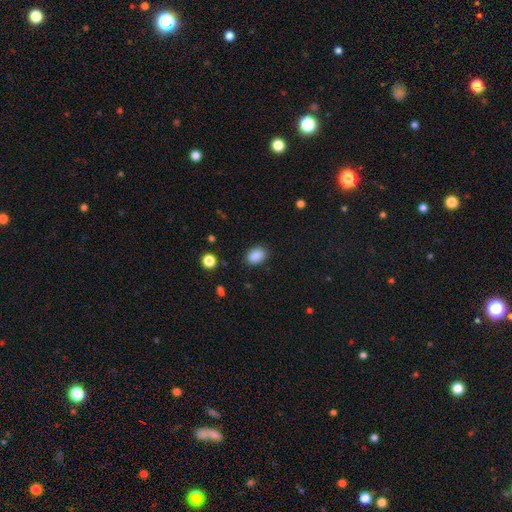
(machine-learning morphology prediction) smooth_or_featured: smooth (p=0.88) [alt: star or artifact p=0.09]
how_rounded: in between (p=0.74) [alt: round p=0.25]
merging: none (p=0.85) [alt: minor disturbance p=0.11]